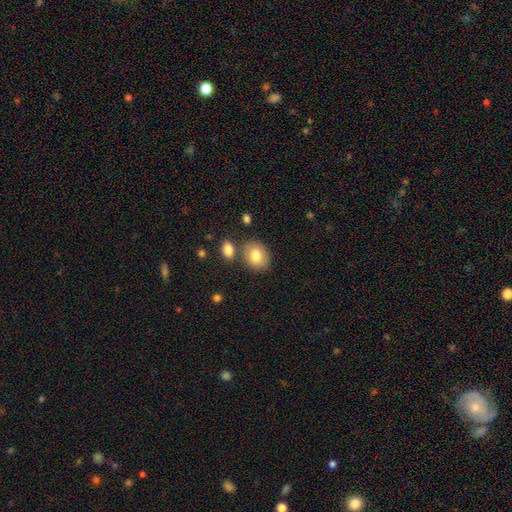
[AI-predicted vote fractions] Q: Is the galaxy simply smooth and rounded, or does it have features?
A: smooth — 82%.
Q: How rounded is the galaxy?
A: in between — 59%.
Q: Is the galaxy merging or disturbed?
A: none — 73%.